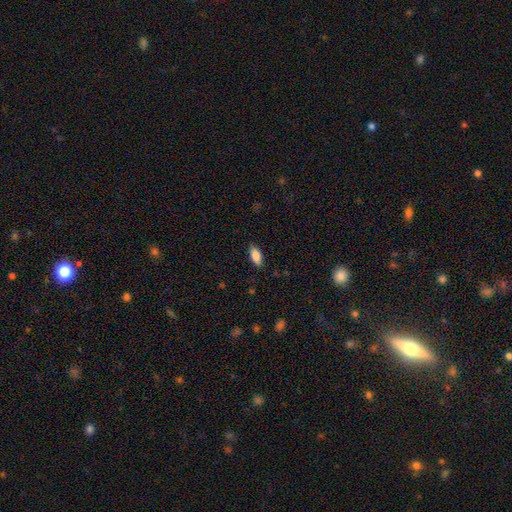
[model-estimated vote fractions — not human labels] Q: Smooth or featured?
A: smooth (85%); runner-up: featured or disk (8%)
Q: How rounded?
A: in between (83%); runner-up: cigar-shaped (15%)
Q: Merging?
A: none (86%); runner-up: minor disturbance (11%)